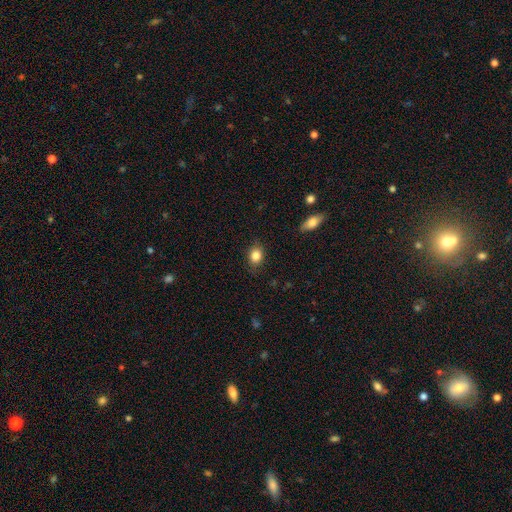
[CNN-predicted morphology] smooth_or_featured: smooth (p=0.85) [alt: star or artifact p=0.09]
how_rounded: in between (p=0.55) [alt: round p=0.43]
merging: none (p=0.83) [alt: minor disturbance p=0.13]